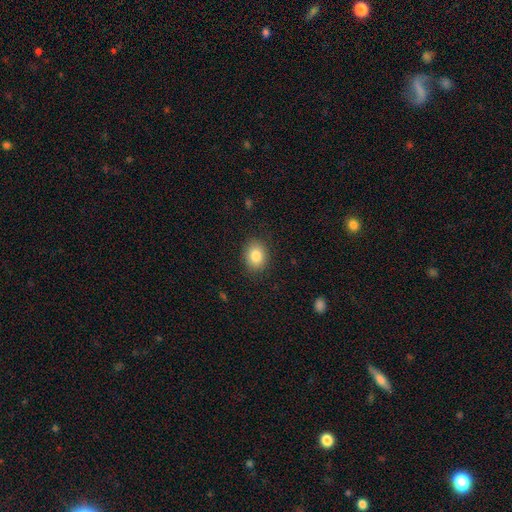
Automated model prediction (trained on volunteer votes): A smooth galaxy with no disk features (84%) that is in between round and cigar-shaped (52%). Merging: none (87%).